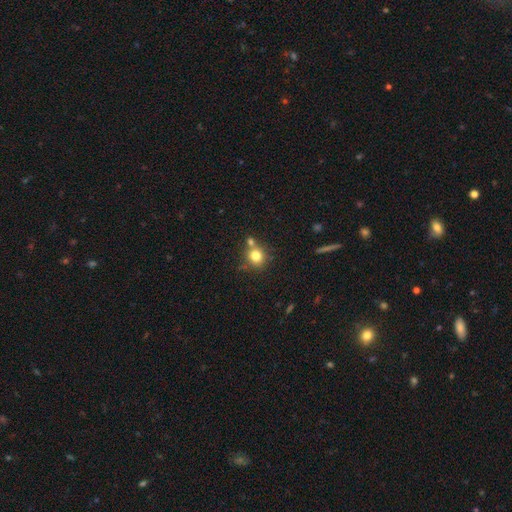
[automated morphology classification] Overall: smooth (78%). How rounded: round (87%). Merging: none (61%; merger 25%).